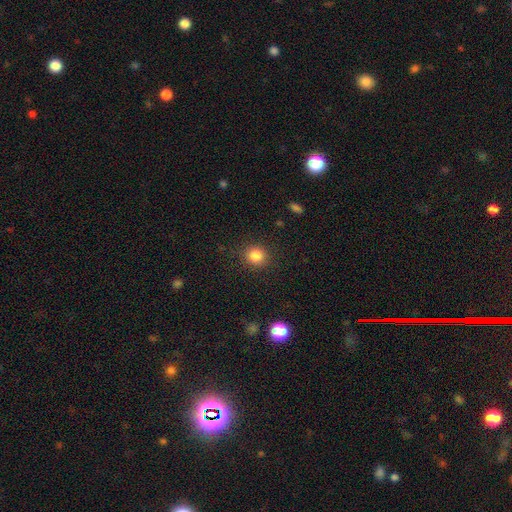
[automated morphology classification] type=smooth (84%); roundness=round (89%); merging=none (89%).